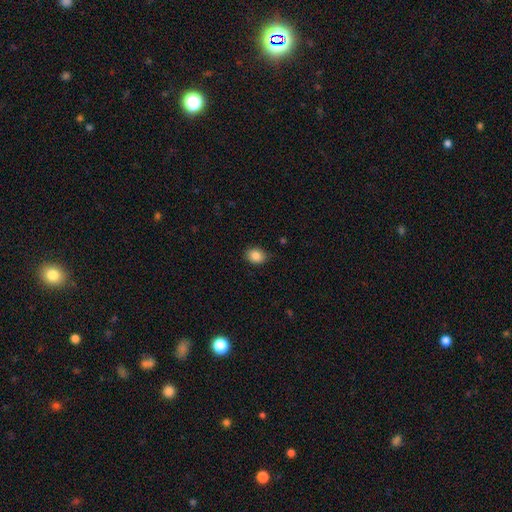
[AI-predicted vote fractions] Smooth or featured: smooth — 86% (star or artifact — 9%)
How rounded: round — 51% (in between — 48%)
Merging: none — 81% (minor disturbance — 15%)